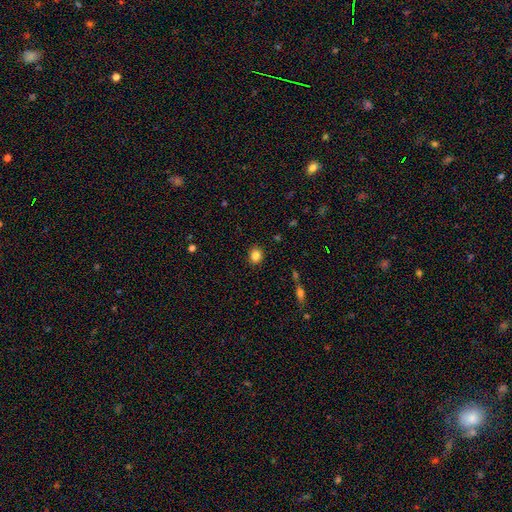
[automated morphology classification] A smooth galaxy with no disk features (84%) that is round (65%).

Vote fractions:
- Smooth or featured? smooth: 84% / star or artifact: 10% / featured or disk: 6%
- How rounded? round: 65% / in between: 34% / cigar-shaped: 1%
- Merging? none: 89% / minor disturbance: 8% / major disturbance: 2% / merger: 1%